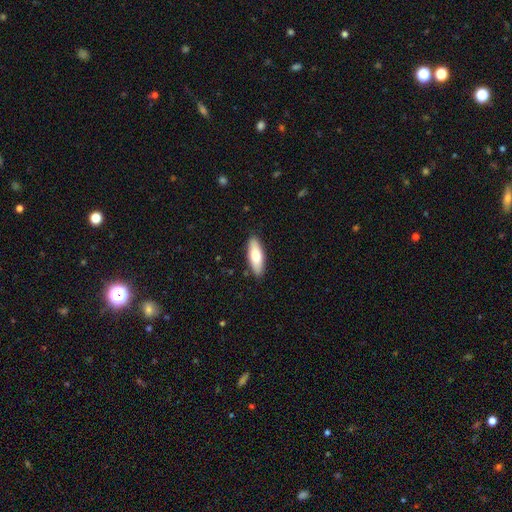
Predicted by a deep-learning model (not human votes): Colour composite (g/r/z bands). It shows a smooth galaxy with no disk features (73%) that is in between round and cigar-shaped (65%). Merging: none (89%).